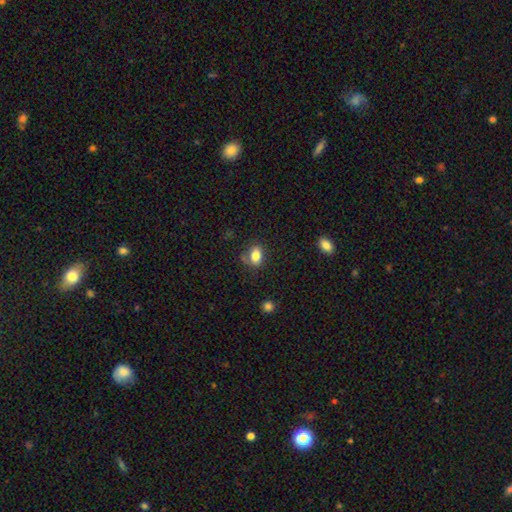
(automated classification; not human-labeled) A smooth galaxy with no disk features (82%) that is in between round and cigar-shaped (78%). Merging: none (68%).